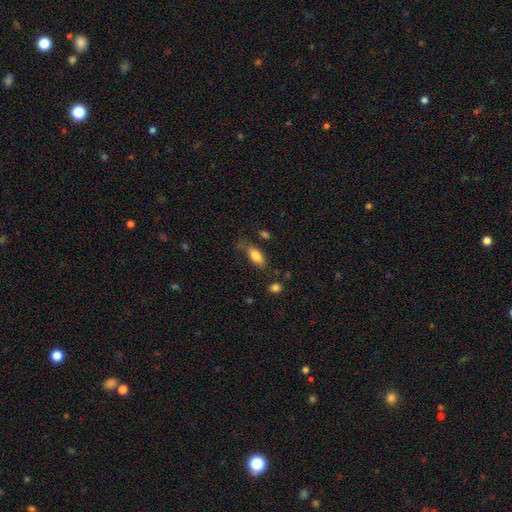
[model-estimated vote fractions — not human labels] smooth 83%, featured or disk 10%, star or artifact 8%. Down the decision tree: how rounded — in between (83%); merging — none (58%).